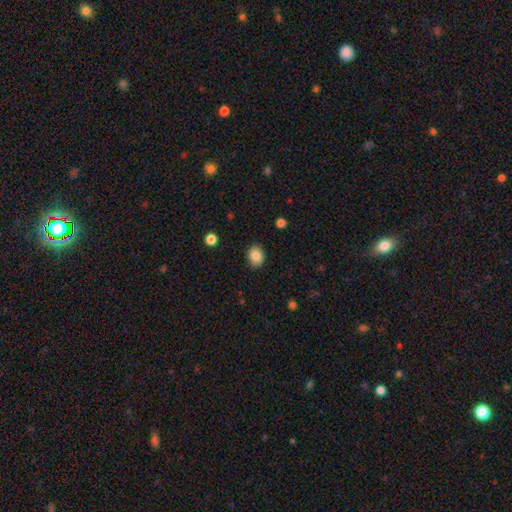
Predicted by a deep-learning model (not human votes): smooth-or-featured: smooth: 86% | star or artifact: 9% | featured or disk: 5%
  how-rounded: in between: 58% | round: 41% | cigar-shaped: 1%
  merging: none: 87% | minor disturbance: 10% | major disturbance: 2% | merger: 1%